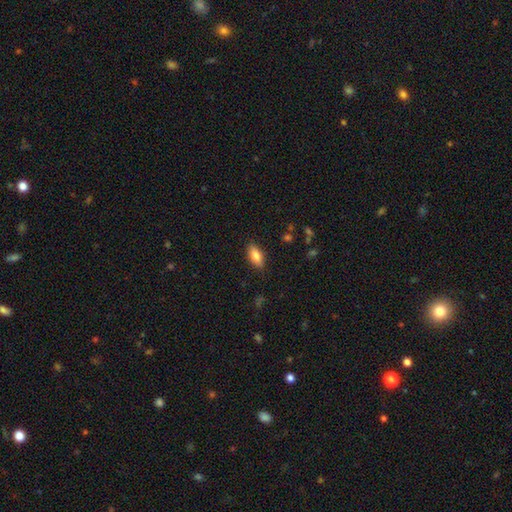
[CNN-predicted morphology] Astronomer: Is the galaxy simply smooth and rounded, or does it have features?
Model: smooth — 80%.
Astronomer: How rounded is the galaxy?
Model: in between — 85%.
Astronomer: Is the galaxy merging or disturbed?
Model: none — 87%.